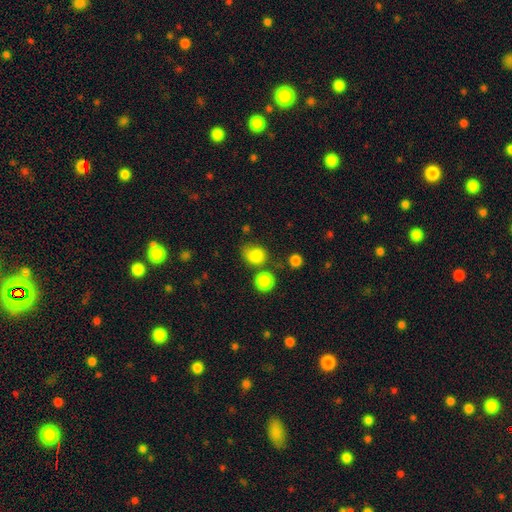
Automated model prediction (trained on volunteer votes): Overall: smooth (83%). How rounded: round (64%; in between 35%). Merging: none (57%; minor disturbance 23%).